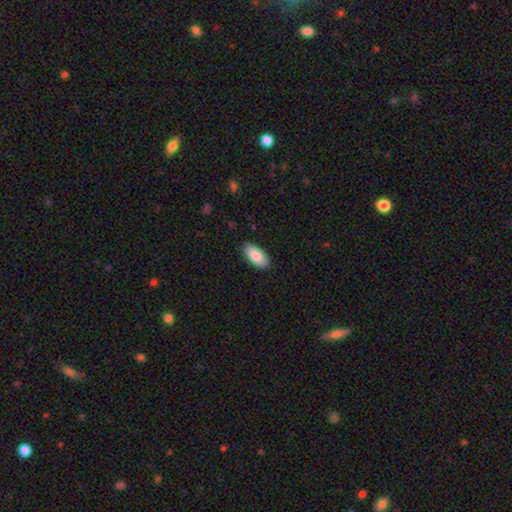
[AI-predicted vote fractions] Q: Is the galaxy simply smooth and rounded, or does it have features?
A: smooth — 86%.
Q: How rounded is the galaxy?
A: in between — 94%.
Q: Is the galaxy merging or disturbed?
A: none — 88%.